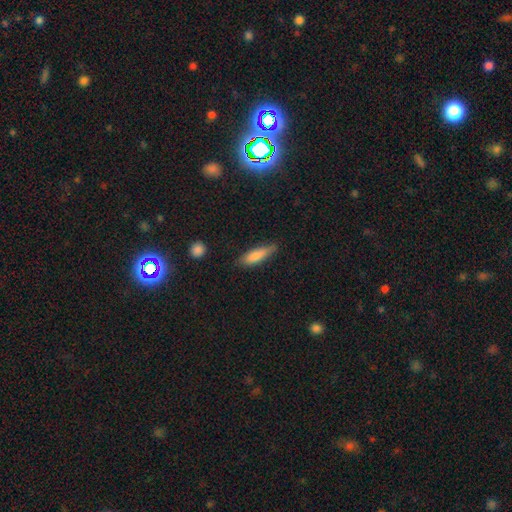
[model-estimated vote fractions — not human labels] Smooth or featured? smooth (78%)
How rounded? cigar-shaped (63%)
Merging? none (75%)